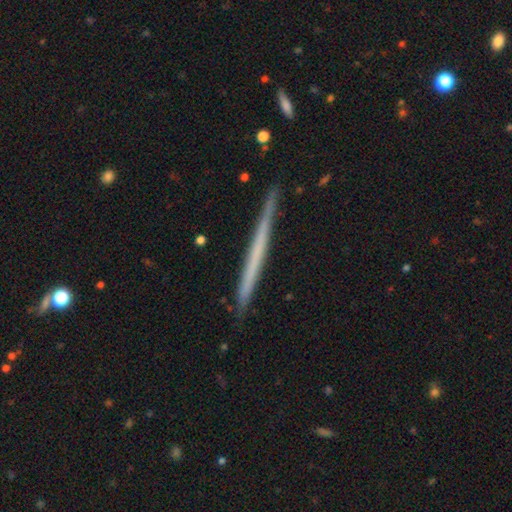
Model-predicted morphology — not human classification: This is possibly a featured or disk galaxy (53%). It is clearly viewed edge-on (97%). Edge-on bulge: clearly none (92%). Merging: clearly none (90%).